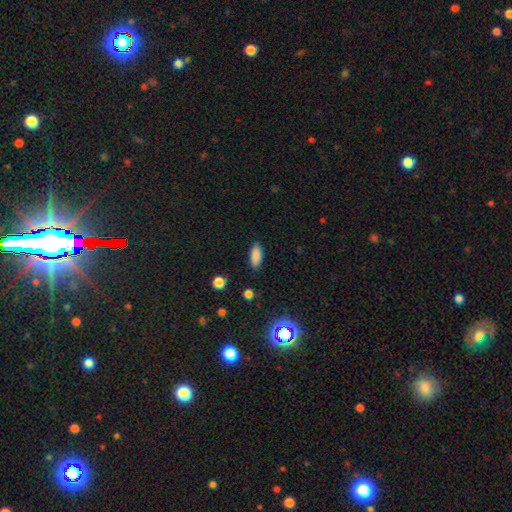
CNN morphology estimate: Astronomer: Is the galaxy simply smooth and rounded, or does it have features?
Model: smooth — 86%.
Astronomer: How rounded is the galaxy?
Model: in between — 77%.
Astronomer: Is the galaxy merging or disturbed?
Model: none — 87%.